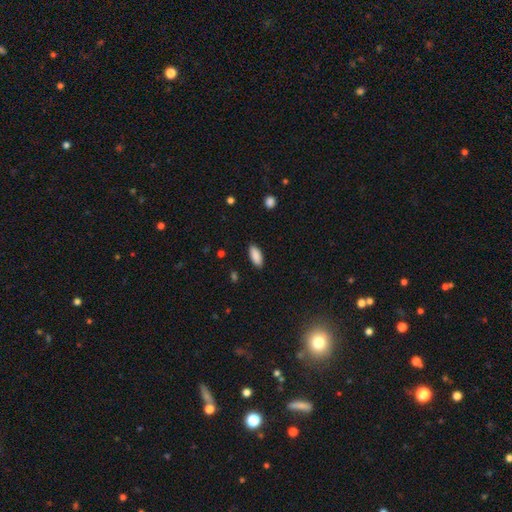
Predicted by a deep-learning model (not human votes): smooth-or-featured: smooth: 90% | star or artifact: 6% | featured or disk: 4%
  how-rounded: in between: 86% | cigar-shaped: 13% | round: 2%
  merging: none: 88% | minor disturbance: 9% | major disturbance: 2% | merger: 1%